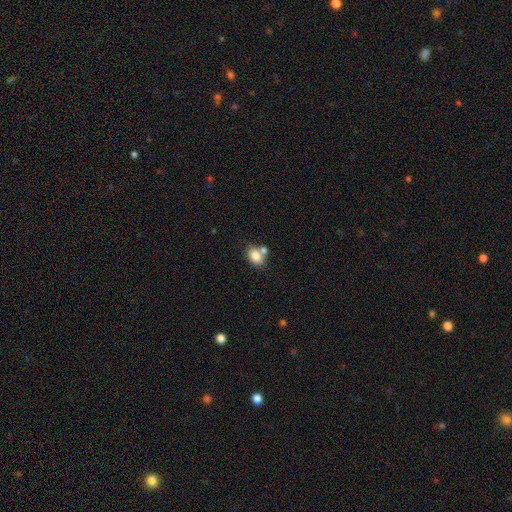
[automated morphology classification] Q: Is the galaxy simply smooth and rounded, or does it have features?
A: smooth — 82%.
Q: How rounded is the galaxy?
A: in between — 74%.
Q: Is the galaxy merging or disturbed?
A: none — 56%.